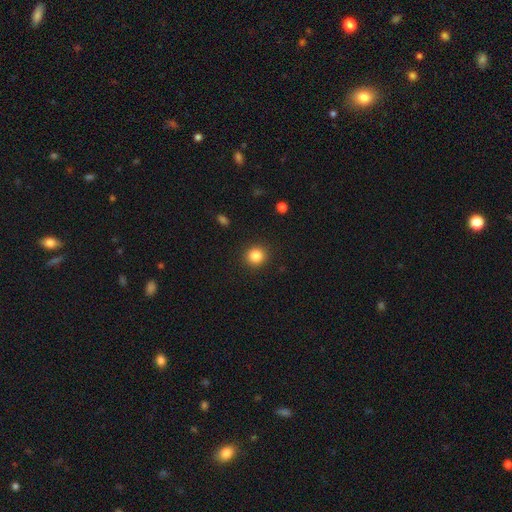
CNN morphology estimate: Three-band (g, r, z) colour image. It shows a smooth galaxy with no disk features (85%) that is round (90%). Merging: none (91%).